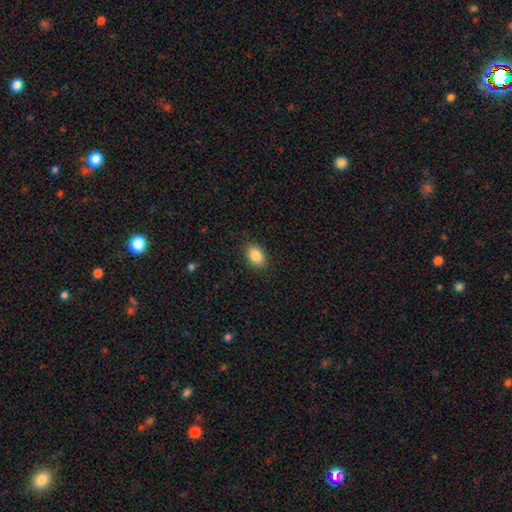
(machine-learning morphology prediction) Smooth or featured? Predicted: smooth (p=0.86). How rounded? Predicted: in between (p=0.86). Merging? Predicted: none (p=0.88).